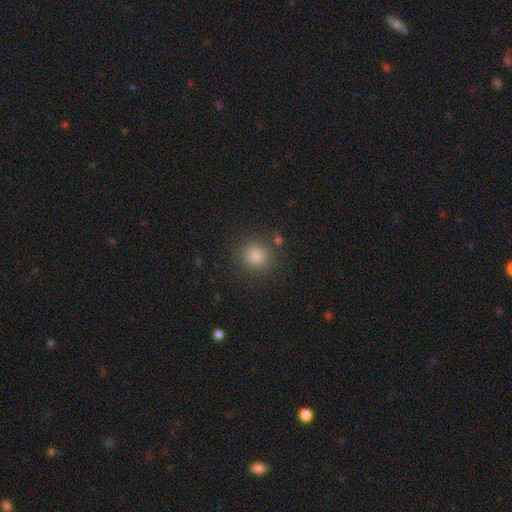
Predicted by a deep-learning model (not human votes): Smooth or featured: smooth — 82% (star or artifact — 13%)
How rounded: round — 90% (in between — 9%)
Merging: none — 86% (minor disturbance — 8%)